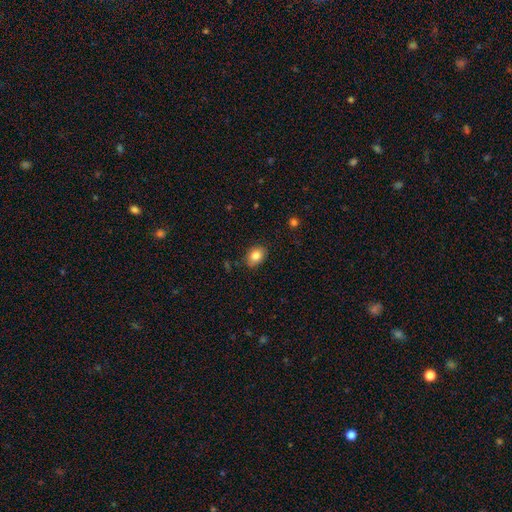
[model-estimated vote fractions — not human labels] Q: Smooth or featured?
A: smooth (84%); runner-up: star or artifact (9%)
Q: How rounded?
A: in between (68%); runner-up: round (31%)
Q: Merging?
A: none (83%); runner-up: minor disturbance (13%)